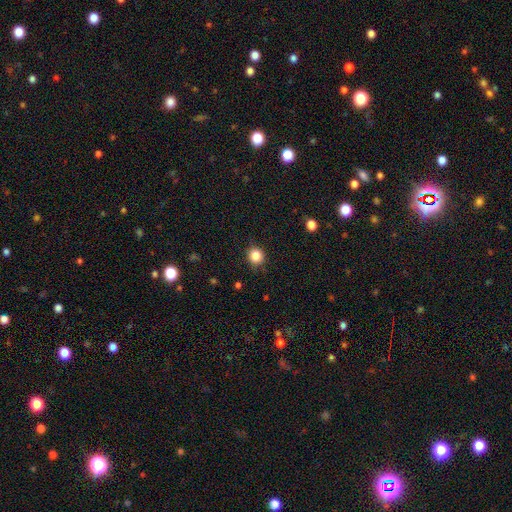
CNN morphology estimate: Smooth or featured?
  - smooth: 85% *
  - star or artifact: 11%
  - featured or disk: 5%
How rounded?
  - round: 87% *
  - in between: 12%
  - cigar-shaped: 1%
Merging?
  - none: 88% *
  - minor disturbance: 9%
  - major disturbance: 2%
  - merger: 1%